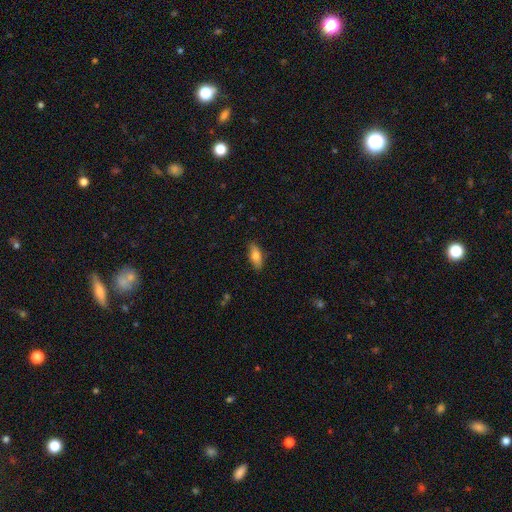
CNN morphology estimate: Q: Smooth or featured?
A: smooth (75%); runner-up: featured or disk (18%)
Q: How rounded?
A: in between (74%); runner-up: cigar-shaped (23%)
Q: Merging?
A: none (85%); runner-up: minor disturbance (12%)